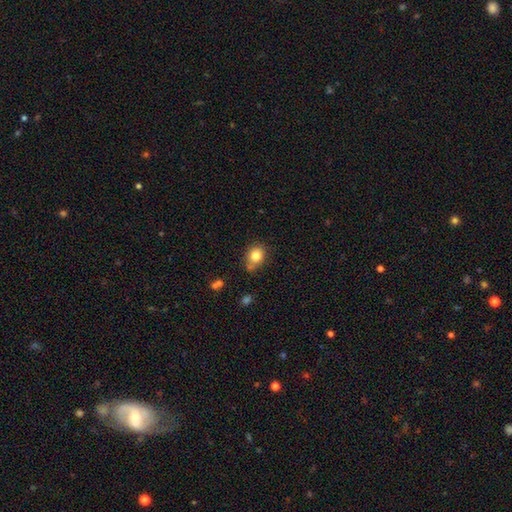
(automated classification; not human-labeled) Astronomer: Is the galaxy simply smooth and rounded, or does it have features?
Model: smooth — 82%.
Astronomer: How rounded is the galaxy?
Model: round — 55% (runner-up: in between, 44%).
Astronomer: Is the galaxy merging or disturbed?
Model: none — 65%.